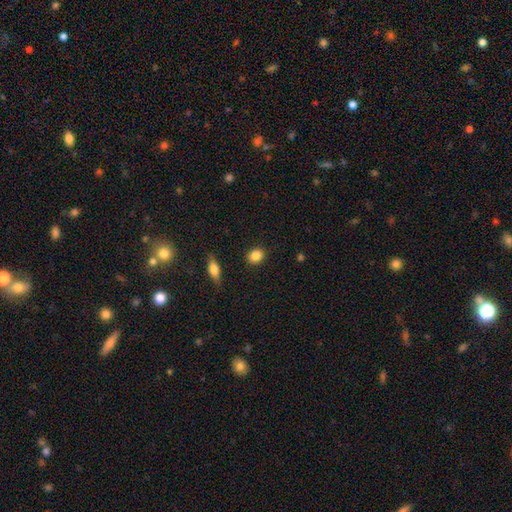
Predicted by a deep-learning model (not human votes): Smooth or featured: smooth — 86% (star or artifact — 9%)
How rounded: round — 54% (in between — 44%)
Merging: none — 89% (minor disturbance — 7%)